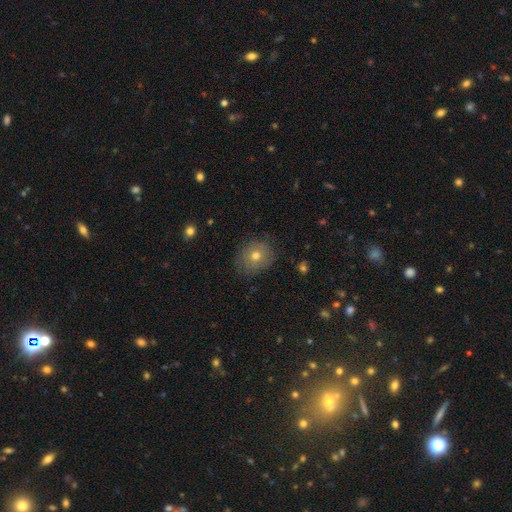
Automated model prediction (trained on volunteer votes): A smooth galaxy with no disk features (68%) that is round (75%). Merging: none (80%).